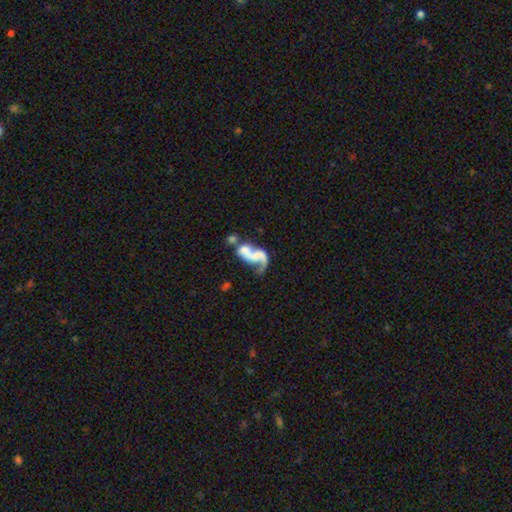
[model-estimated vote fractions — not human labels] Smooth or featured: featured or disk — 72% (smooth — 20%)
Edge-on disk: no — 97% (yes — 3%)
Bar: no — 56% (weak — 29%)
Spiral arms: yes — 78% (no — 22%)
Spiral winding: loose — 73% (medium — 21%)
Spiral arm count: 2 — 65% (1 — 27%)
Bulge size: none — 50% (small — 25%)
Merging: merger — 45% (major disturbance — 23%)